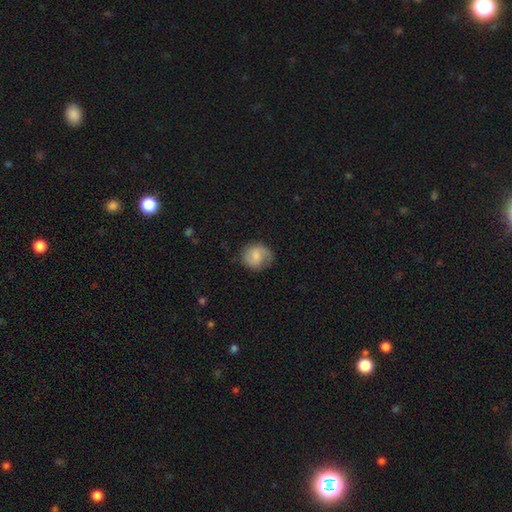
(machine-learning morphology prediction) Smooth or featured: smooth — 54% (featured or disk — 39%)
How rounded: round — 78% (in between — 21%)
Merging: none — 71% (minor disturbance — 20%)